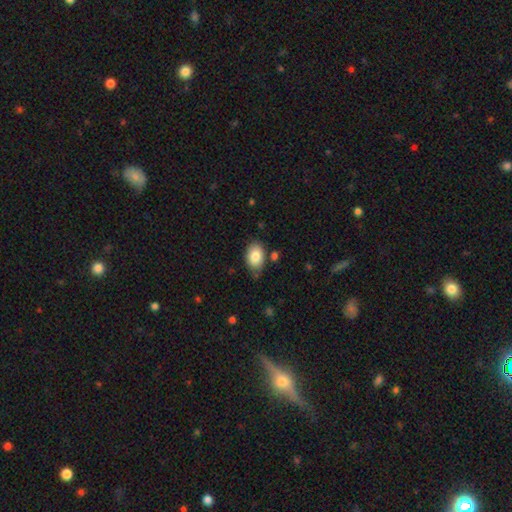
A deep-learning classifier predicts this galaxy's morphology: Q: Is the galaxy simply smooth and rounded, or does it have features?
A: smooth — 83%.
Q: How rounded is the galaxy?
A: in between — 85%.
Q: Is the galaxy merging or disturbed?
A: none — 70%.